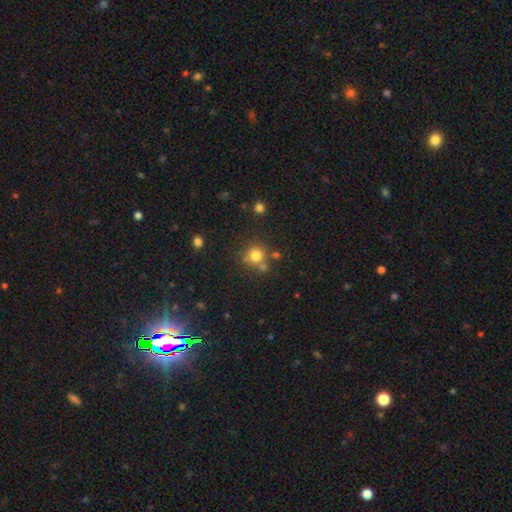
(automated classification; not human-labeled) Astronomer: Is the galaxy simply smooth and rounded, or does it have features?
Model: smooth — 77%.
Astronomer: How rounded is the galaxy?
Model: round — 91%.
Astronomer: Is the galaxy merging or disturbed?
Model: none — 67%.